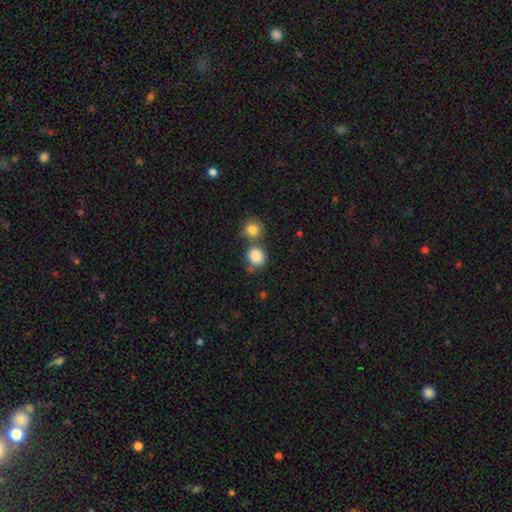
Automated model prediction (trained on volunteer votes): Smooth or featured?
  - smooth: 86% *
  - star or artifact: 9%
  - featured or disk: 5%
How rounded?
  - round: 80% *
  - in between: 19%
  - cigar-shaped: 1%
Merging?
  - none: 54% *
  - merger: 31%
  - minor disturbance: 10%
  - major disturbance: 4%